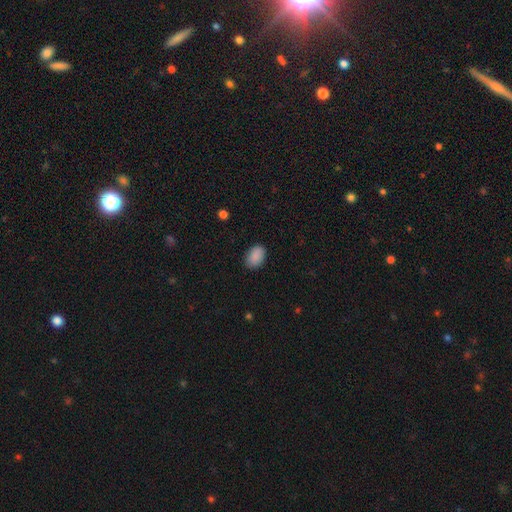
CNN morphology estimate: smooth_or_featured: smooth (p=0.89) [alt: star or artifact p=0.08]
how_rounded: in between (p=0.84) [alt: round p=0.15]
merging: none (p=0.84) [alt: minor disturbance p=0.12]